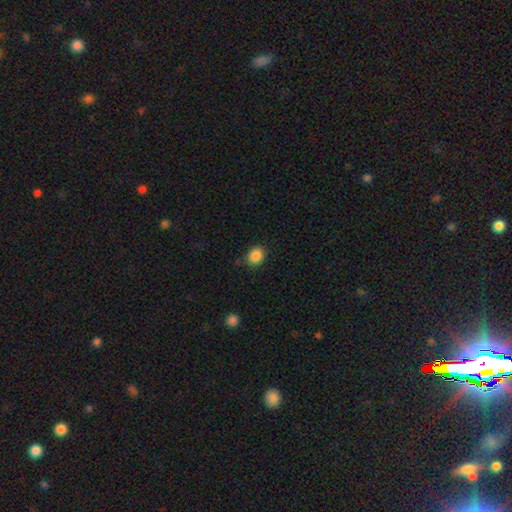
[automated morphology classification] Smooth or featured: smooth — 87% (star or artifact — 9%)
How rounded: round — 57% (in between — 42%)
Merging: none — 82% (minor disturbance — 13%)